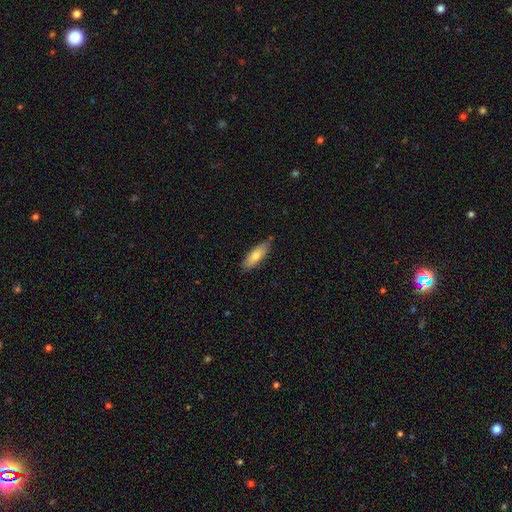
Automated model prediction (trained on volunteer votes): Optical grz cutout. It shows a smooth galaxy with no disk features (72%) that is in between round and cigar-shaped (55%). Merging: none (81%).